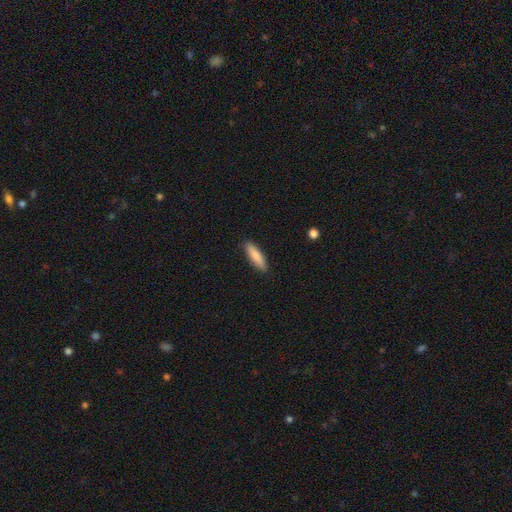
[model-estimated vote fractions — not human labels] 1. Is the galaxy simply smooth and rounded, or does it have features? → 83% smooth, 11% featured or disk, 6% star or artifact.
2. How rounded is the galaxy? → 64% cigar-shaped, 35% in between, 2% round.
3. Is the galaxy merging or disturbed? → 89% none, 8% minor disturbance, 2% major disturbance, 1% merger.